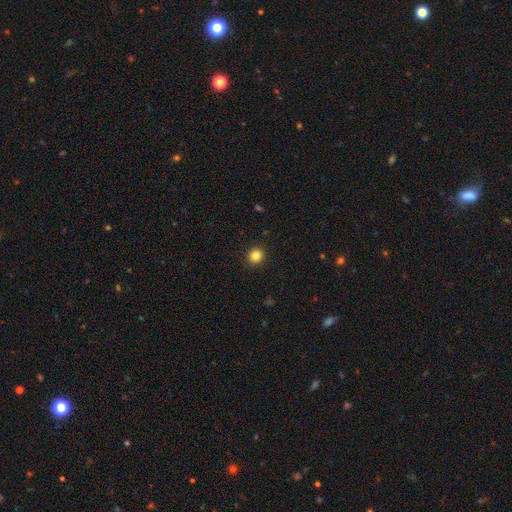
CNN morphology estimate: Smooth or featured?
  - smooth: 84% *
  - star or artifact: 11%
  - featured or disk: 4%
How rounded?
  - round: 89% *
  - in between: 10%
  - cigar-shaped: 1%
Merging?
  - none: 92% *
  - minor disturbance: 5%
  - major disturbance: 2%
  - merger: 1%